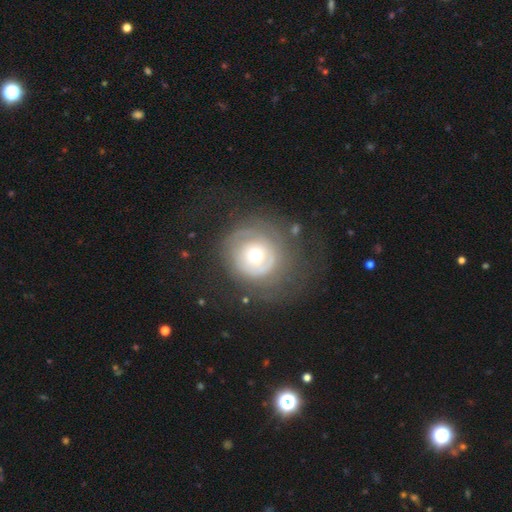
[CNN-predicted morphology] A featured or disk galaxy (52%) with no bar (88%), no spiral arms (53%) and a moderate central bulge (69%). Merging: none (57%).